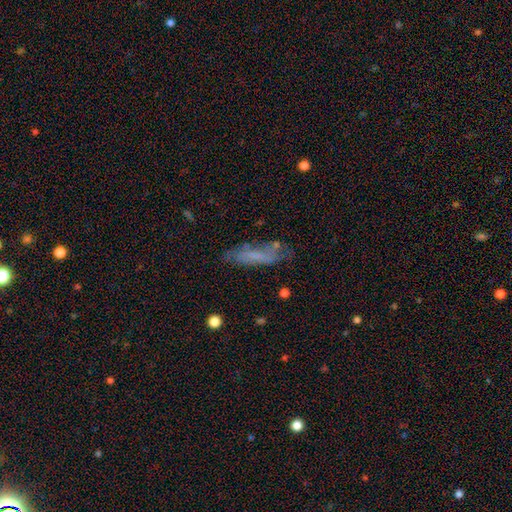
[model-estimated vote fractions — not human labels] This is possibly a smooth galaxy (52%). How rounded: likely cigar-shaped (61%). Merging: likely none (61%).